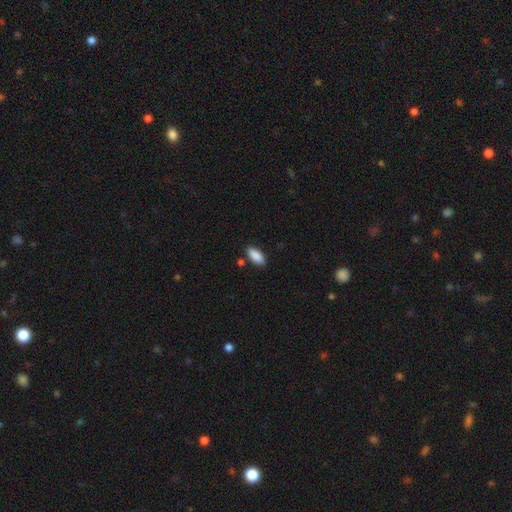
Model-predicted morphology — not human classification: This appears to be a smooth galaxy with no disk features (89%) that is in between round and cigar-shaped (89%). Merging: none (83%).